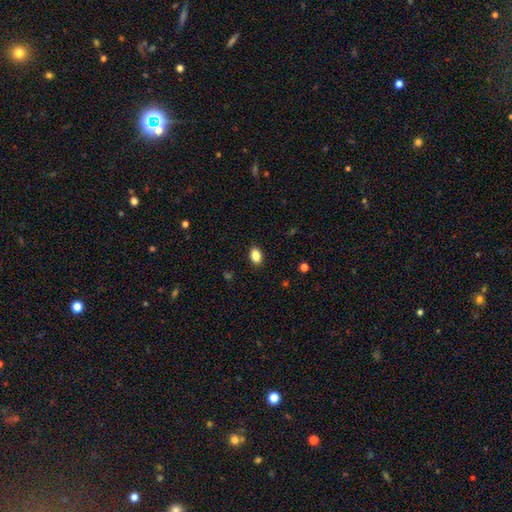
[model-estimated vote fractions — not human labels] Smooth or featured: smooth — 86% (star or artifact — 9%)
How rounded: in between — 83% (round — 15%)
Merging: none — 89% (minor disturbance — 8%)